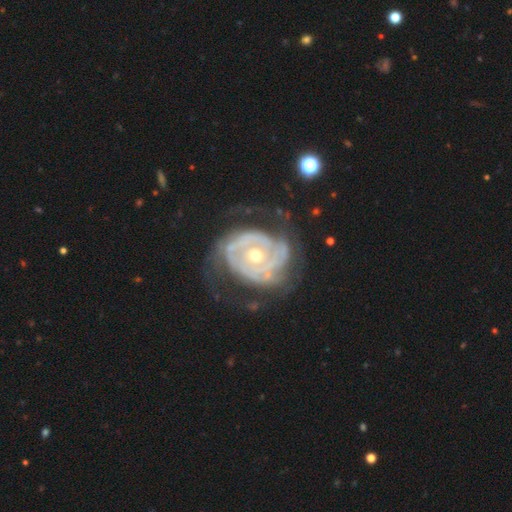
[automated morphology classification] Overall: featured or disk (88%). Edge-on disk: no (97%). Bar: no (78%). Spiral arms: yes (87%). Spiral arm count: can't tell (35%; 2 28%). Spiral winding: tight (66%). Bulge size: moderate (53%; small 43%). Merging: none (52%; major disturbance 23%).